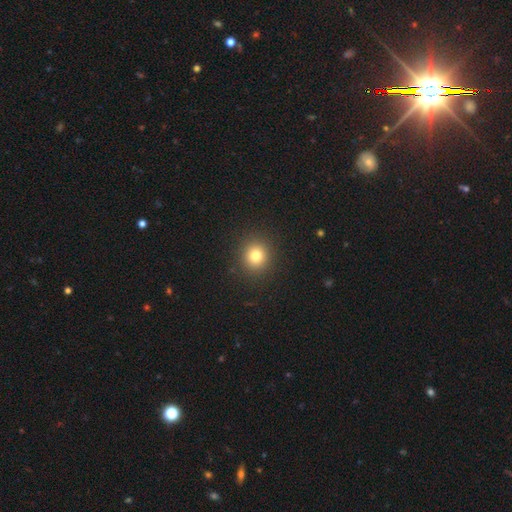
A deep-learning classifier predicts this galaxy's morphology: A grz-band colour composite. It shows a smooth galaxy with no disk features (79%) that is round (90%). Merging: none (91%).